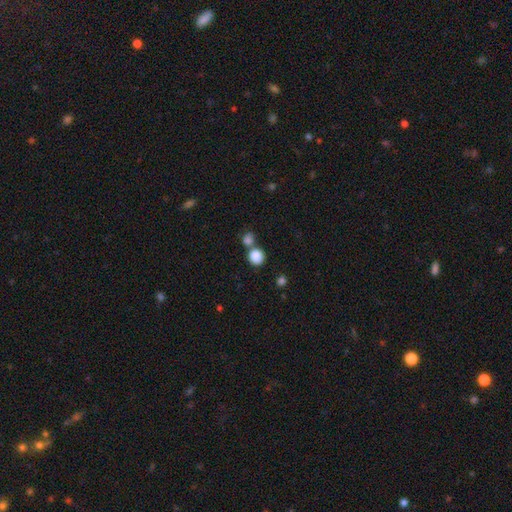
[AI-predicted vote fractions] The model was most divided on "merging": none: 55%, merger: 33%, minor disturbance: 9%, major disturbance: 3%. More confident: smooth or featured — smooth (85%); how rounded — round (85%).